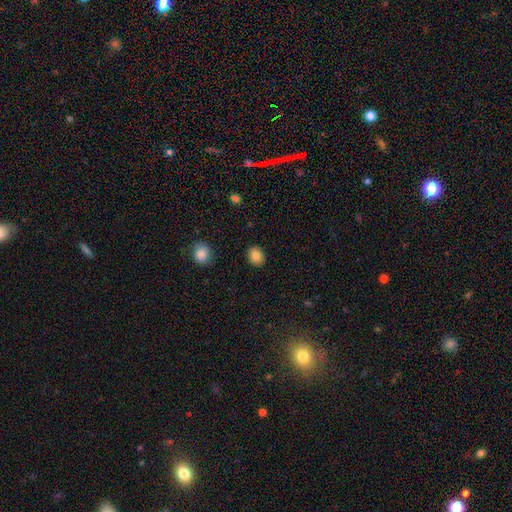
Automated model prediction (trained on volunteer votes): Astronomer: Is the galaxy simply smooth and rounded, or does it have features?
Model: smooth — 85%.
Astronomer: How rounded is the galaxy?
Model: round — 60% (runner-up: in between, 39%).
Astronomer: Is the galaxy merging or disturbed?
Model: none — 89%.